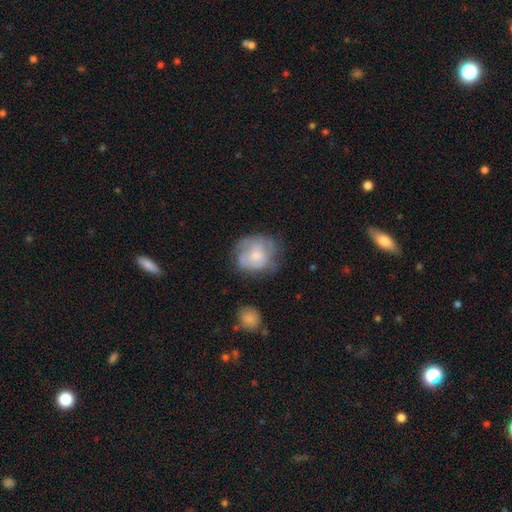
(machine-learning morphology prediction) smooth_or_featured: smooth (p=0.53) [alt: featured or disk p=0.40]
how_rounded: round (p=0.69) [alt: in between p=0.31]
merging: none (p=0.50) [alt: minor disturbance p=0.29]